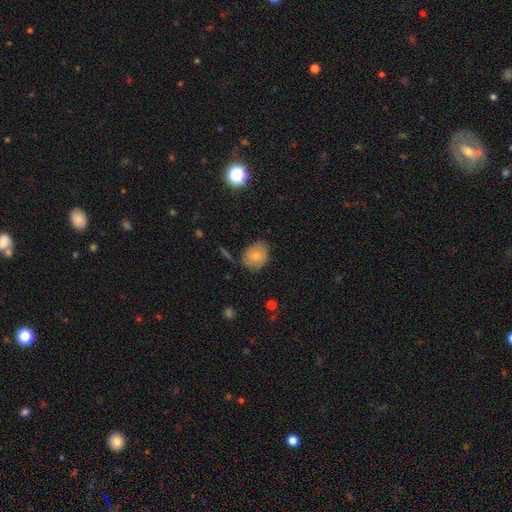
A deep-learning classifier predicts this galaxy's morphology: Q: Smooth or featured?
A: smooth (74%); runner-up: featured or disk (17%)
Q: How rounded?
A: round (52%); runner-up: in between (47%)
Q: Merging?
A: none (71%); runner-up: minor disturbance (22%)